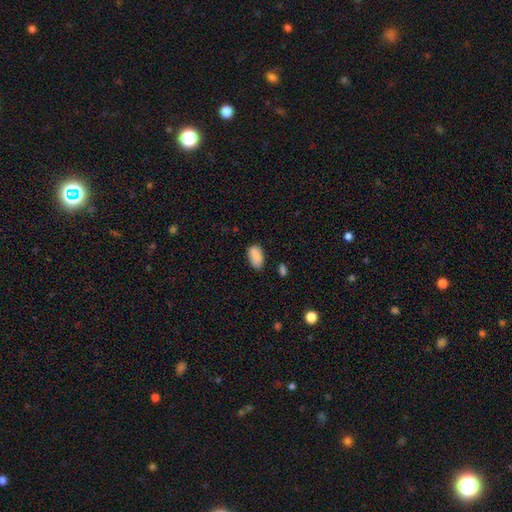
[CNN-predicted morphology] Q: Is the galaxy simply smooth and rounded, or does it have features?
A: smooth — 87%.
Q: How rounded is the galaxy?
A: in between — 93%.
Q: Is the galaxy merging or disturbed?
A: none — 75%.